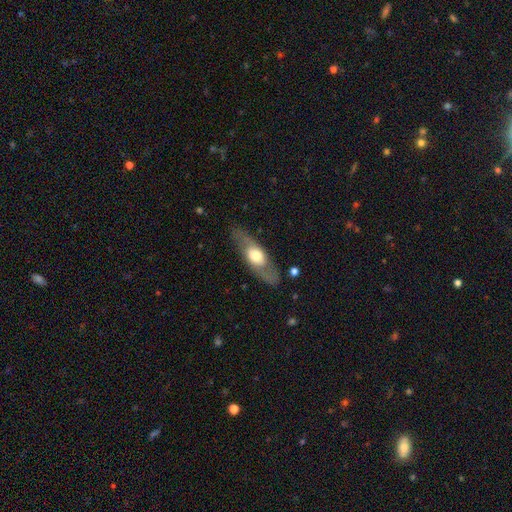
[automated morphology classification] A featured or disk galaxy (57%). Merging: none (81%).